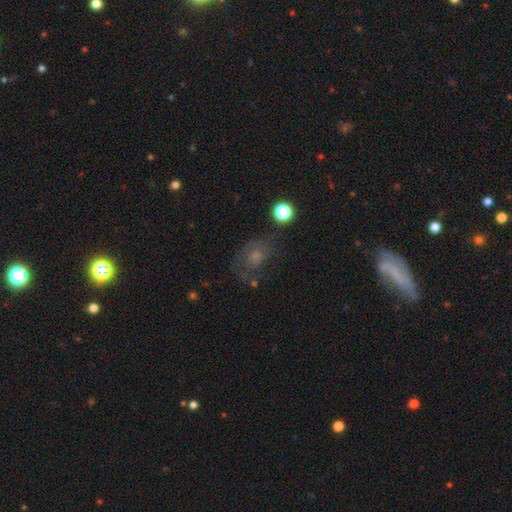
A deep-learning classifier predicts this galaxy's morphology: Smooth or featured?
  - smooth: 47% *
  - featured or disk: 32%
  - star or artifact: 21%
Merging?
  - none: 48% *
  - major disturbance: 25%
  - minor disturbance: 23%
  - merger: 4%